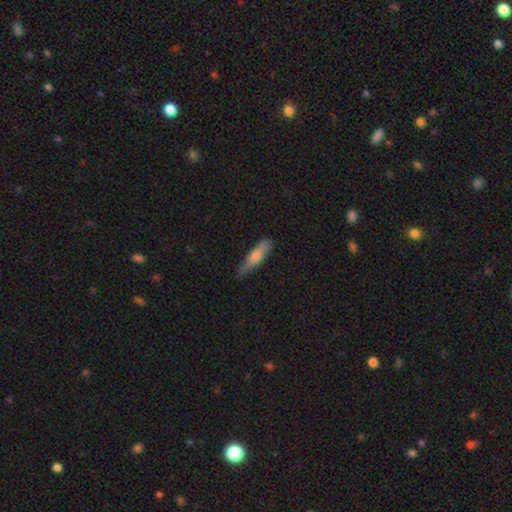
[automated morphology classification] Overall: smooth (60%; featured or disk 33%). How rounded: cigar-shaped (76%). Merging: none (71%).